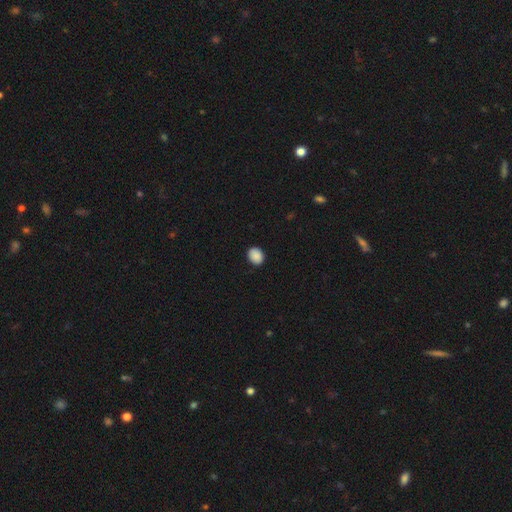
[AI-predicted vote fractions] A smooth galaxy with no disk features (89%) that is round (50%).

Vote fractions:
- Smooth or featured? smooth: 89% / star or artifact: 8% / featured or disk: 3%
- How rounded? round: 50% / in between: 49% / cigar-shaped: 1%
- Merging? none: 90% / minor disturbance: 7% / major disturbance: 2% / merger: 1%